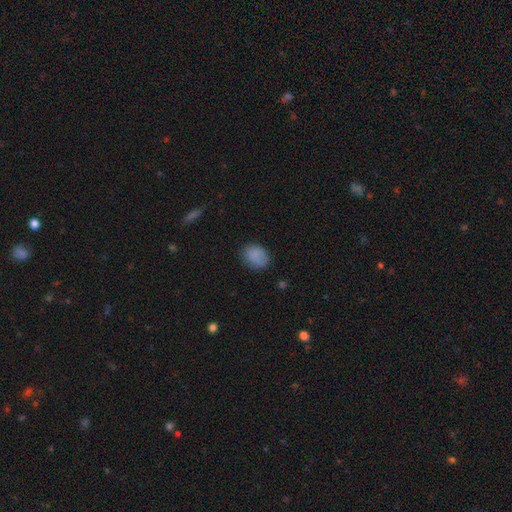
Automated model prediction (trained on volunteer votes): Smooth or featured? Predicted: smooth (p=0.85). How rounded? Predicted: in between (p=0.57). Merging? Predicted: none (p=0.77).